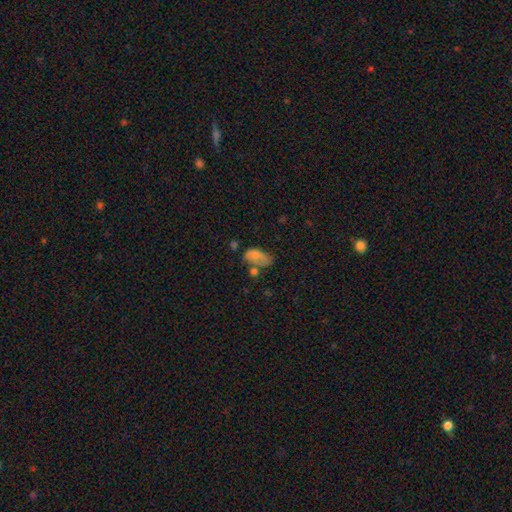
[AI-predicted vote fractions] A smooth galaxy with no disk features (69%) that is in between round and cigar-shaped (91%). Merging: none (31%).